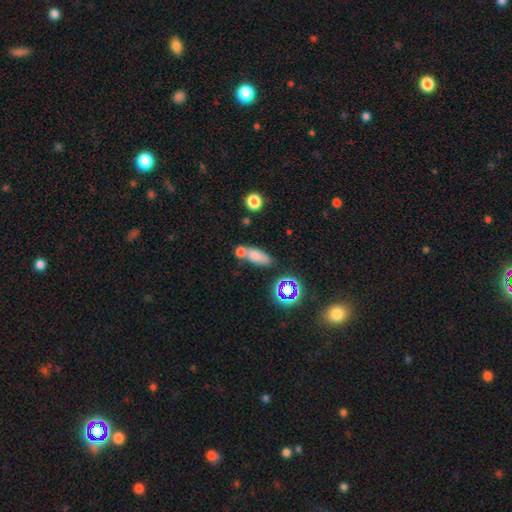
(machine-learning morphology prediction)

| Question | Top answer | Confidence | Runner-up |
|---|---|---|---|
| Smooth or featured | smooth | 71% | star or artifact (16%) |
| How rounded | in between | 70% | cigar-shaped (20%) |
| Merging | none | 48% | merger (33%) |